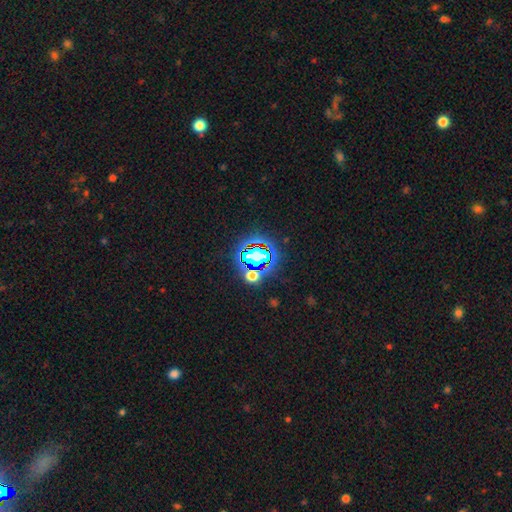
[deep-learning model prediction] star or artifact 65%, smooth 22%, featured or disk 13%.